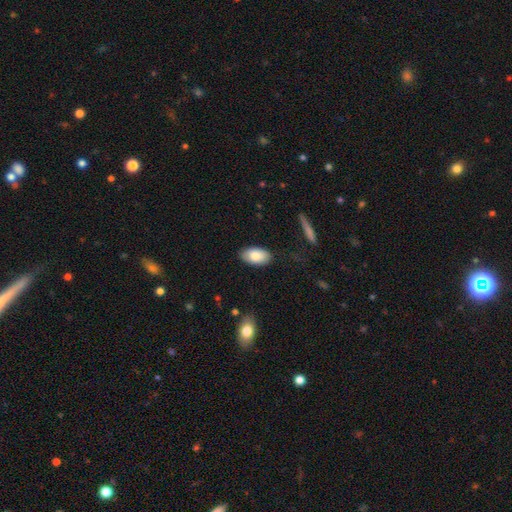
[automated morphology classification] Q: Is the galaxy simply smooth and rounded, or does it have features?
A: smooth — 84%.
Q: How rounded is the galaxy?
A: in between — 95%.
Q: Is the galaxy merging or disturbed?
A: none — 86%.